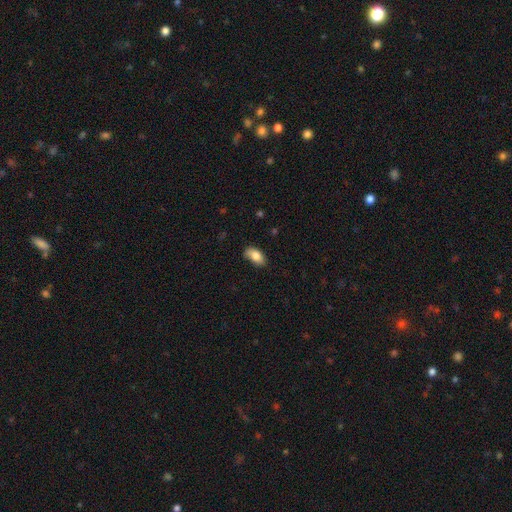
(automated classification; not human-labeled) Smooth or featured? smooth (82%)
How rounded? in between (92%)
Merging? none (70%)